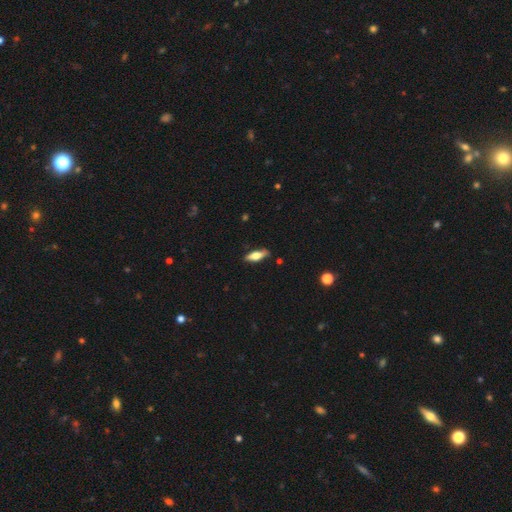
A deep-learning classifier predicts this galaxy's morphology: The model was most divided on "how rounded": in between: 54%, cigar-shaped: 44%, round: 2%. More confident: merging — none (84%); smooth or featured — smooth (58%).